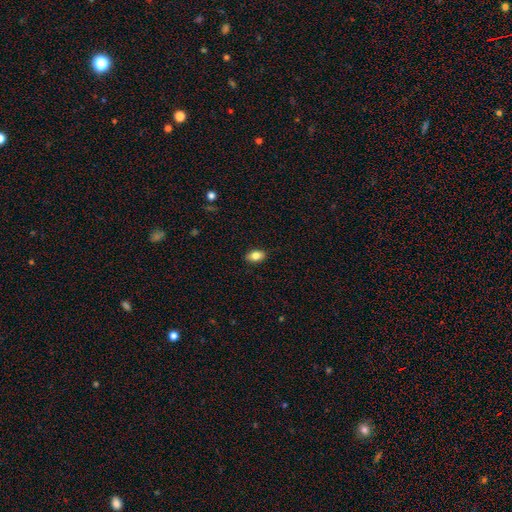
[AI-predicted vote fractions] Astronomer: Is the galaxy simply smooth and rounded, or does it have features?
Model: smooth — 84%.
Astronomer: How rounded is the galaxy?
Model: in between — 88%.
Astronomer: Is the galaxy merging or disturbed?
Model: none — 88%.